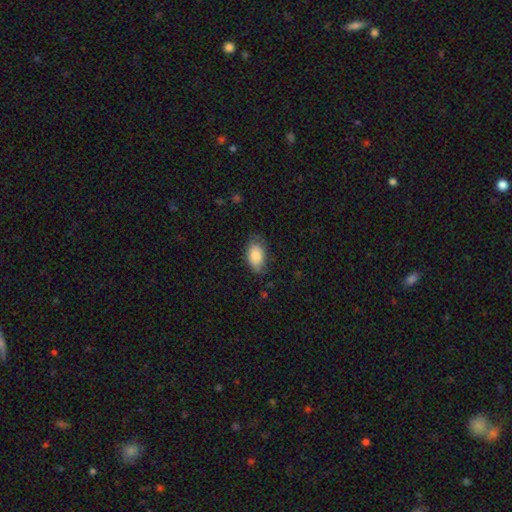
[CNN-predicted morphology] Smooth or featured? smooth (84%)
How rounded? in between (92%)
Merging? none (68%)